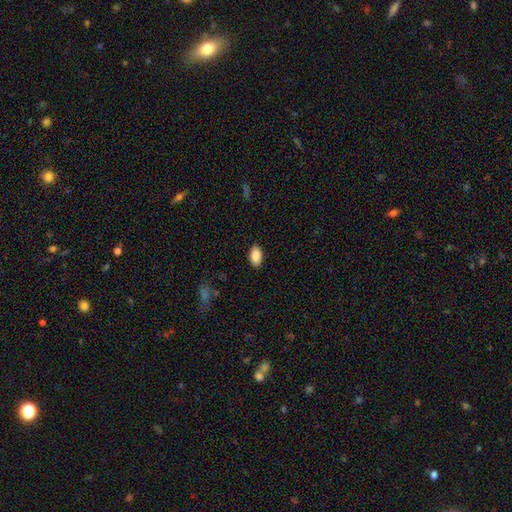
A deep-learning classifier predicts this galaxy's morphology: Smooth or featured?
  - smooth: 89% *
  - star or artifact: 7%
  - featured or disk: 4%
How rounded?
  - in between: 94% *
  - round: 4%
  - cigar-shaped: 2%
Merging?
  - none: 88% *
  - minor disturbance: 9%
  - major disturbance: 2%
  - merger: 1%